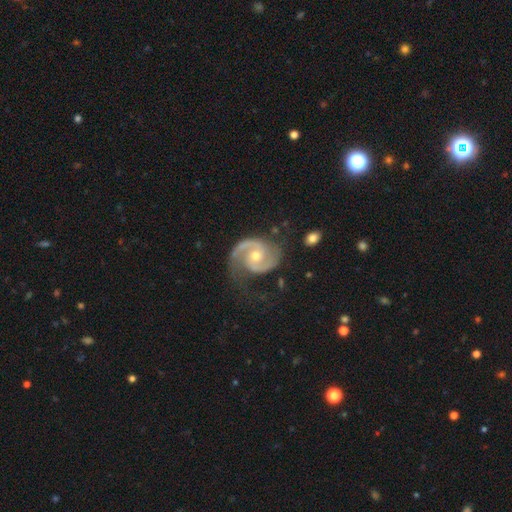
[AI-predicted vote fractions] The model was most divided on "bulge size": moderate: 58%, small: 38%, large: 2%, none: 1%, dominant: 1%. More confident: spiral arms — yes (98%); edge-on disk — no (98%); smooth or featured — featured or disk (92%); spiral arm count — 2 (90%); merging — none (66%); bar — no (60%); spiral winding — medium (55%).